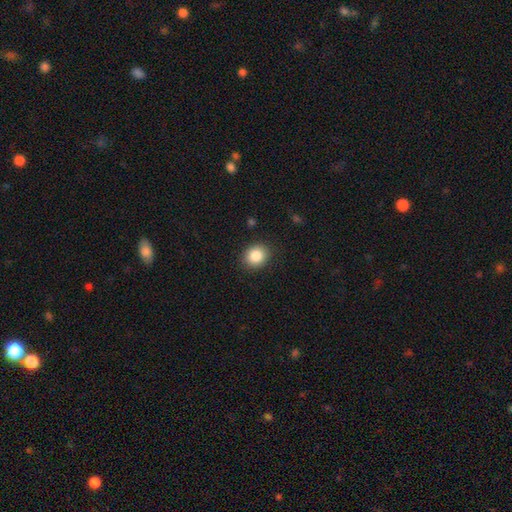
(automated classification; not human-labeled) Smooth or featured? smooth (85%)
How rounded? round (72%)
Merging? none (89%)